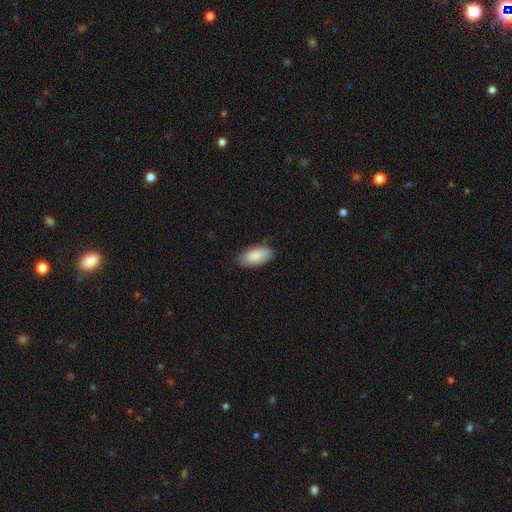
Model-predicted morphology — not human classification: Smooth or featured? smooth (86%)
How rounded? in between (93%)
Merging? none (80%)